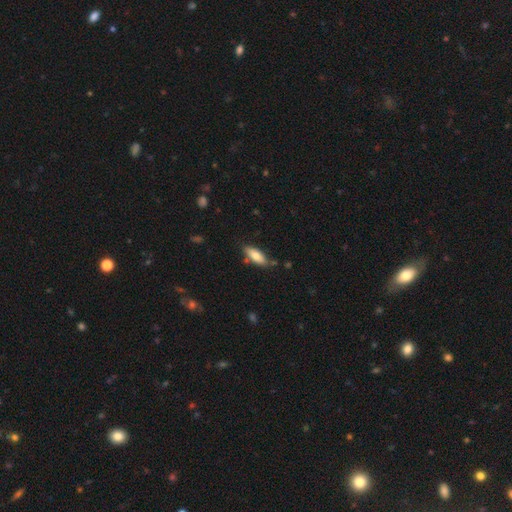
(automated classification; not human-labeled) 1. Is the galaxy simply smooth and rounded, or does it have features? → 77% smooth, 16% featured or disk, 6% star or artifact.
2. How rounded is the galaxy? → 73% in between, 25% cigar-shaped, 2% round.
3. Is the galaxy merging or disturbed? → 73% none, 19% minor disturbance, 5% merger, 3% major disturbance.